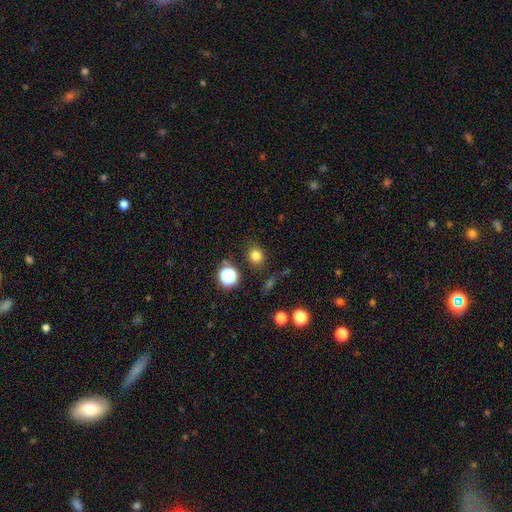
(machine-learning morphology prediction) A smooth galaxy with no disk features (78%) that is round (76%). Merging: none (84%).